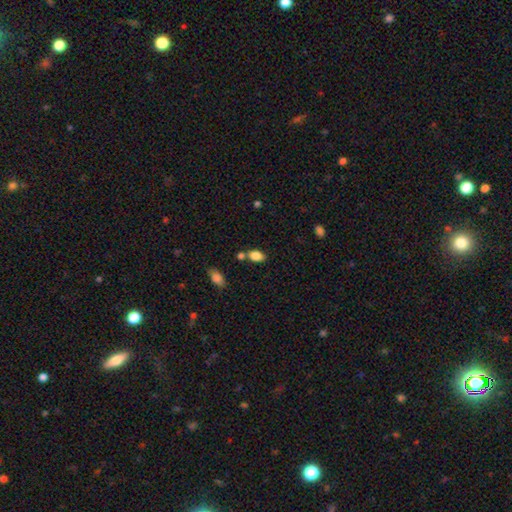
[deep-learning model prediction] A smooth galaxy with no disk features (85%) that is in between round and cigar-shaped (88%). Merging: none (66%).